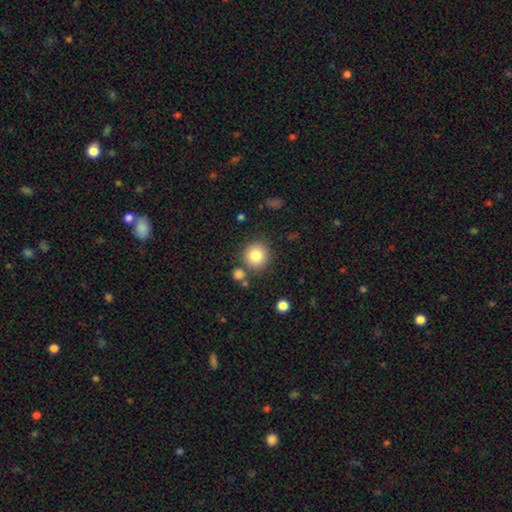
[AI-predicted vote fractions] Q: Smooth or featured?
A: smooth (83%); runner-up: star or artifact (9%)
Q: How rounded?
A: round (91%); runner-up: in between (8%)
Q: Merging?
A: none (79%); runner-up: merger (9%)